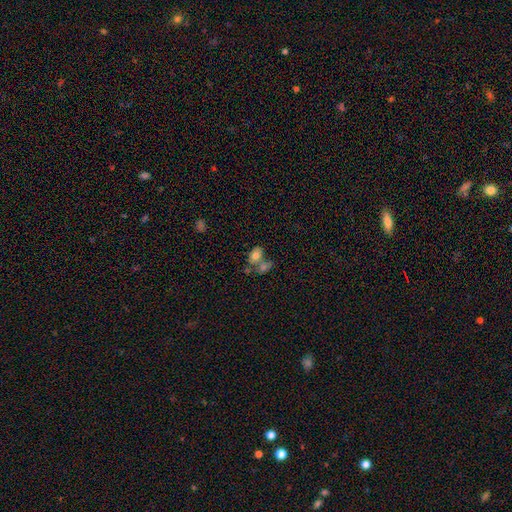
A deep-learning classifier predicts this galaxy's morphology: Smooth or featured? smooth (74%)
How rounded? in between (80%)
Merging? merger (44%)